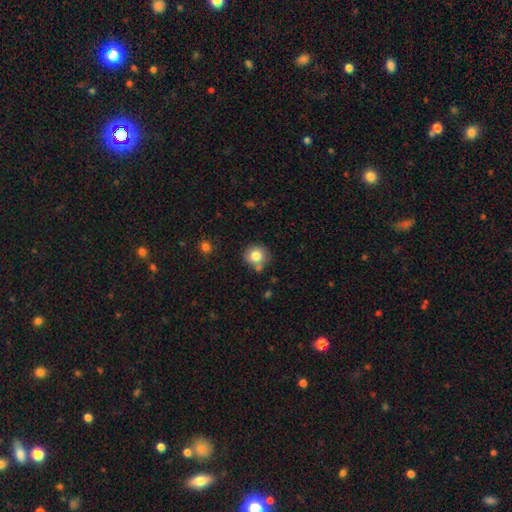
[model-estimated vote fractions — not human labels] A smooth galaxy with no disk features (80%) that is round (90%).

Vote fractions:
- Smooth or featured? smooth: 80% / star or artifact: 11% / featured or disk: 9%
- How rounded? round: 90% / in between: 9% / cigar-shaped: 1%
- Merging? none: 71% / minor disturbance: 14% / merger: 11% / major disturbance: 4%